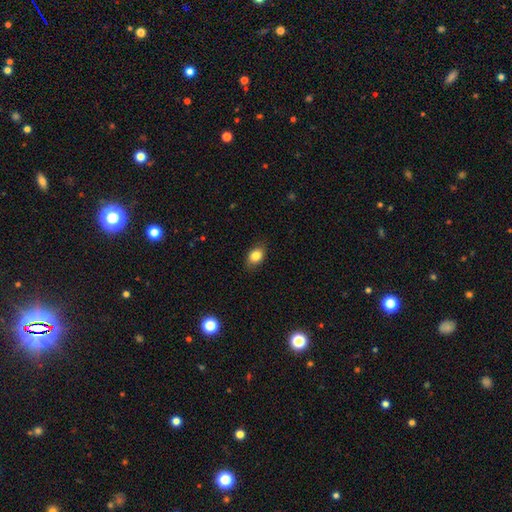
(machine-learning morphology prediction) Smooth or featured?
  - smooth: 84% *
  - star or artifact: 9%
  - featured or disk: 7%
How rounded?
  - in between: 77% *
  - round: 22%
  - cigar-shaped: 2%
Merging?
  - none: 83% *
  - minor disturbance: 13%
  - major disturbance: 3%
  - merger: 1%